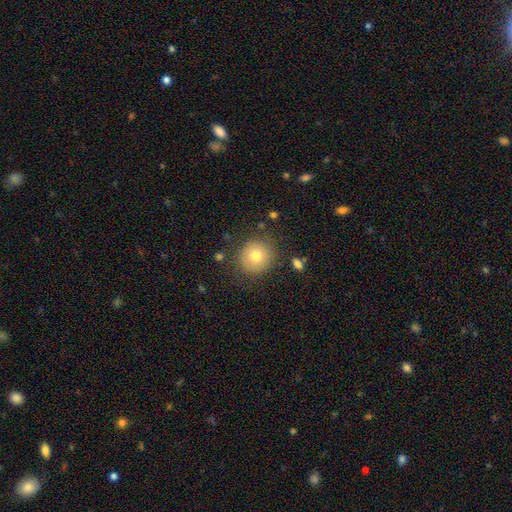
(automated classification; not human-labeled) Smooth or featured: smooth — 77% (featured or disk — 13%)
How rounded: round — 91% (in between — 9%)
Merging: none — 84% (minor disturbance — 10%)